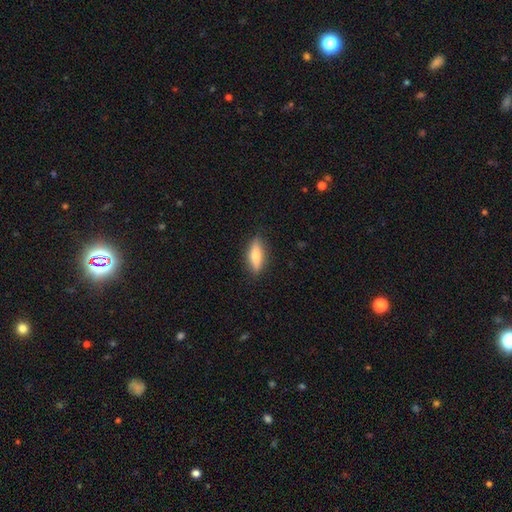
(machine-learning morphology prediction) This appears to be a smooth galaxy with no disk features (63%) that is cigar-shaped (50%). Merging: none (86%).